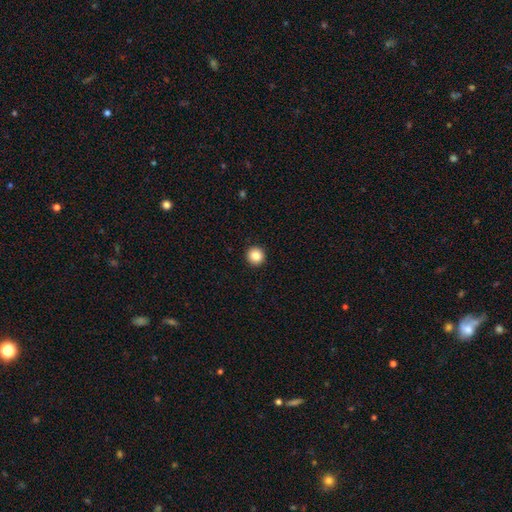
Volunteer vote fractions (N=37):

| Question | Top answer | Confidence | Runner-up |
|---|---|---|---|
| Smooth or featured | smooth | 97% | featured or disk (3%) |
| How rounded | round | 94% | in between (6%) |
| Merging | none | 89% | minor disturbance (11%) |